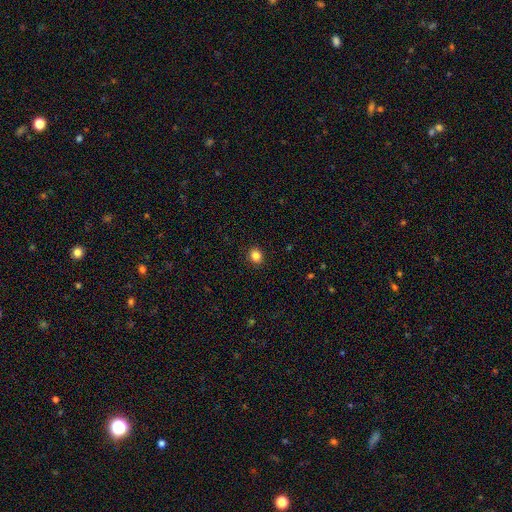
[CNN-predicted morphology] Smooth or featured: smooth — 84% (star or artifact — 11%)
How rounded: round — 69% (in between — 30%)
Merging: none — 91% (minor disturbance — 6%)